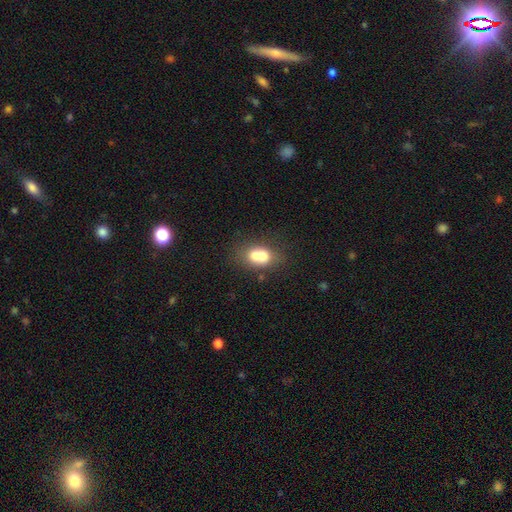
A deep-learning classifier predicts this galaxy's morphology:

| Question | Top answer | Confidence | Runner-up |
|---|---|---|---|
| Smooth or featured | smooth | 66% | featured or disk (24%) |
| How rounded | in between | 53% | round (46%) |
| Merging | merger | 59% | none (28%) |